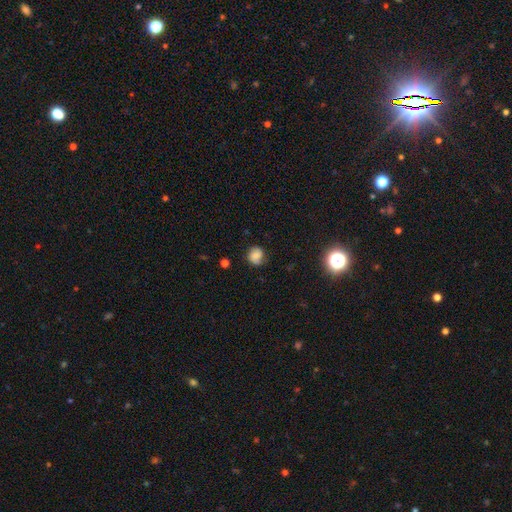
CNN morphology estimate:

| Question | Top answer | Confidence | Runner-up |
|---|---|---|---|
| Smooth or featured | smooth | 60% | featured or disk (28%) |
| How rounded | round | 76% | in between (23%) |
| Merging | none | 64% | minor disturbance (25%) |